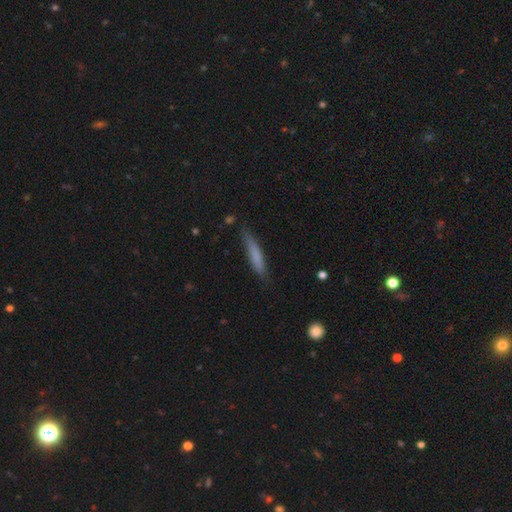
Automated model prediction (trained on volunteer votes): smooth_or_featured: smooth (p=0.75) [alt: featured or disk p=0.18]
how_rounded: cigar-shaped (p=0.90) [alt: in between p=0.09]
merging: none (p=0.76) [alt: minor disturbance p=0.18]